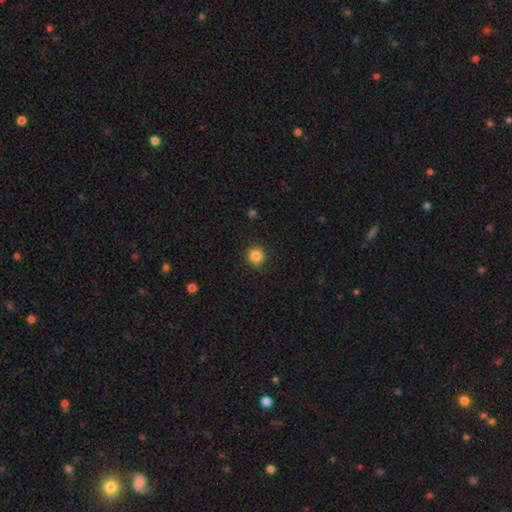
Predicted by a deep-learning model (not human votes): smooth_or_featured: smooth (p=0.85) [alt: star or artifact p=0.11]
how_rounded: round (p=0.93) [alt: in between p=0.06]
merging: none (p=0.91) [alt: minor disturbance p=0.06]